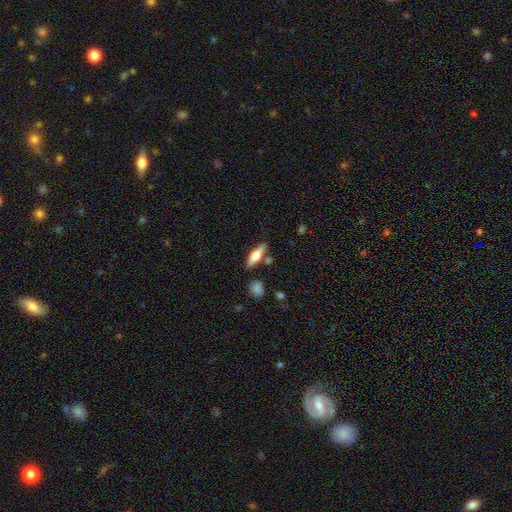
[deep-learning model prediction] The model was most divided on "smooth or featured": smooth: 52%, featured or disk: 41%, star or artifact: 6%. More confident: merging — none (79%); how rounded — cigar-shaped (59%).